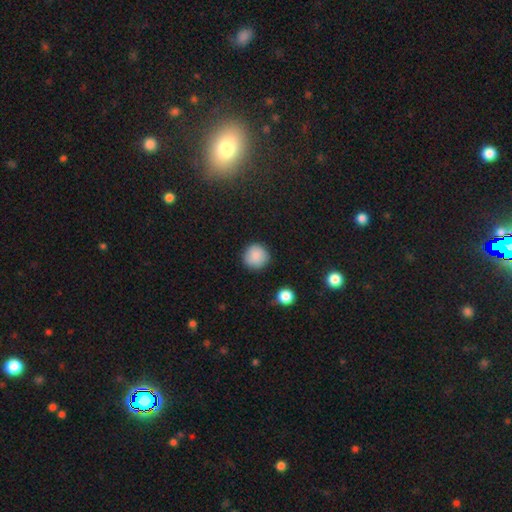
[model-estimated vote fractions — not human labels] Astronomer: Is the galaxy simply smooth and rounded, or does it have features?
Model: smooth — 87%.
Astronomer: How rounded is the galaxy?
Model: round — 94%.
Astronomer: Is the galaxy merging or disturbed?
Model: none — 87%.